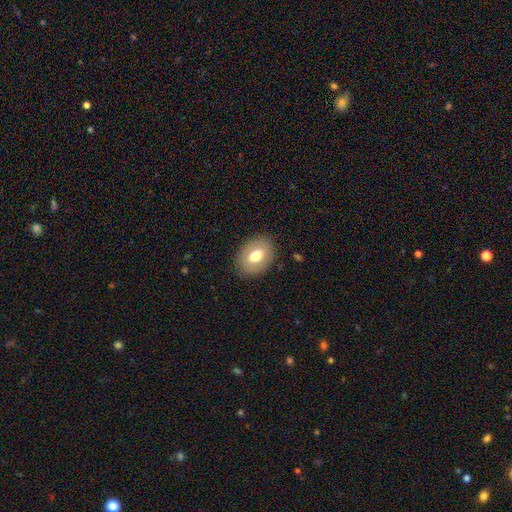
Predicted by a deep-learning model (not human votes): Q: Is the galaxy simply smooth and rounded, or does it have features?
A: smooth — 70%.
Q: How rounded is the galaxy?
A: in between — 73%.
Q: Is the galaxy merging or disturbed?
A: none — 86%.